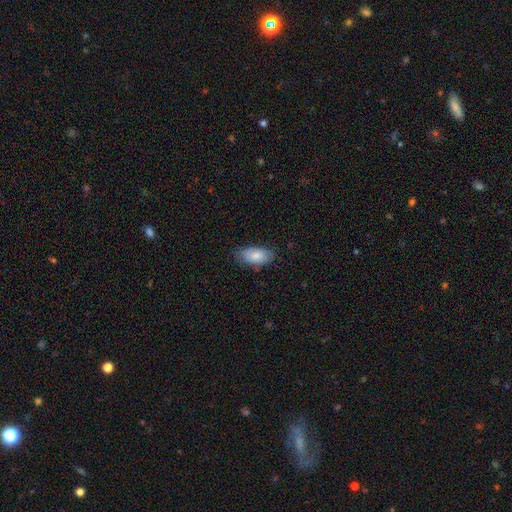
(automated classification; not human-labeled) The model was most divided on "merging": none: 75%, minor disturbance: 20%, major disturbance: 4%, merger: 1%. More confident: how rounded — in between (92%); smooth or featured — smooth (82%).